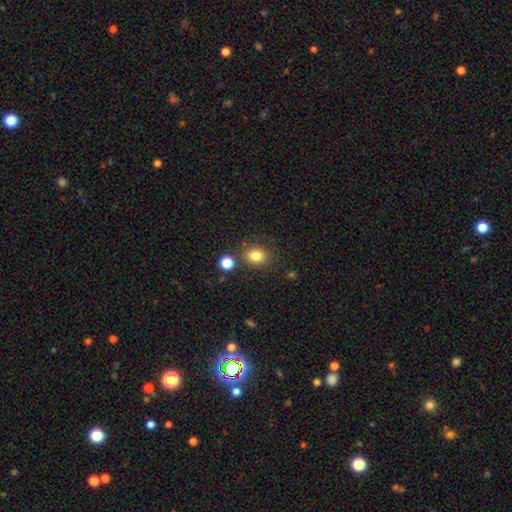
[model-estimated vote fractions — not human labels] Q: Smooth or featured?
A: smooth (82%); runner-up: star or artifact (12%)
Q: How rounded?
A: round (67%); runner-up: in between (32%)
Q: Merging?
A: none (79%); runner-up: minor disturbance (10%)